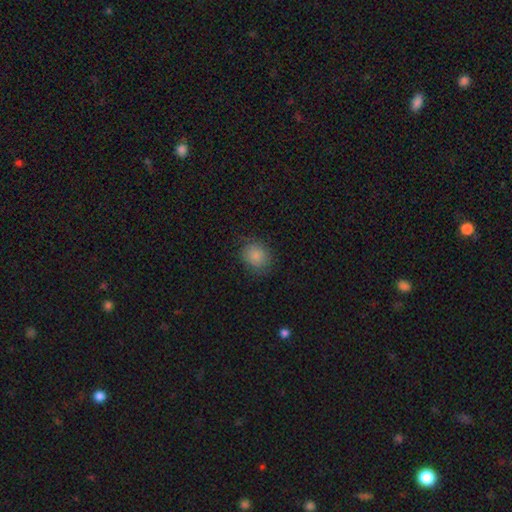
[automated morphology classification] Q: Smooth or featured?
A: smooth (82%); runner-up: star or artifact (9%)
Q: How rounded?
A: round (66%); runner-up: in between (33%)
Q: Merging?
A: none (75%); runner-up: minor disturbance (18%)